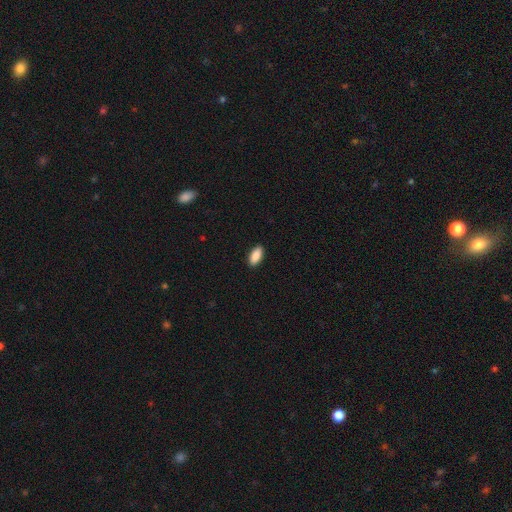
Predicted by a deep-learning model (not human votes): smooth 90%, star or artifact 6%, featured or disk 4%. Down the decision tree: how rounded — in between (89%); merging — none (90%).